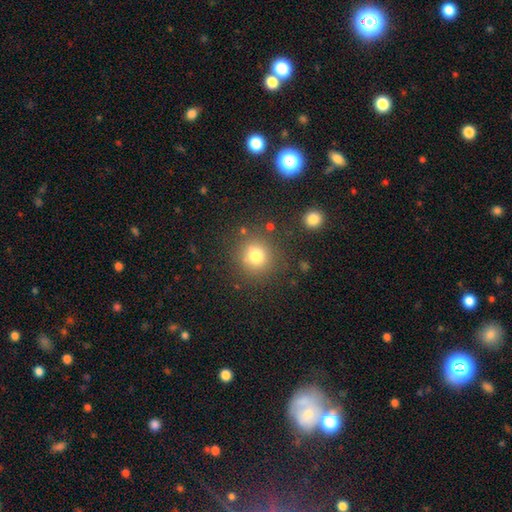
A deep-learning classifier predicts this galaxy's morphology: A smooth galaxy with no disk features (78%) that is round (90%).

Vote fractions:
- Smooth or featured? smooth: 78% / star or artifact: 14% / featured or disk: 9%
- How rounded? round: 90% / in between: 9% / cigar-shaped: 1%
- Merging? none: 82% / minor disturbance: 10% / major disturbance: 4% / merger: 4%